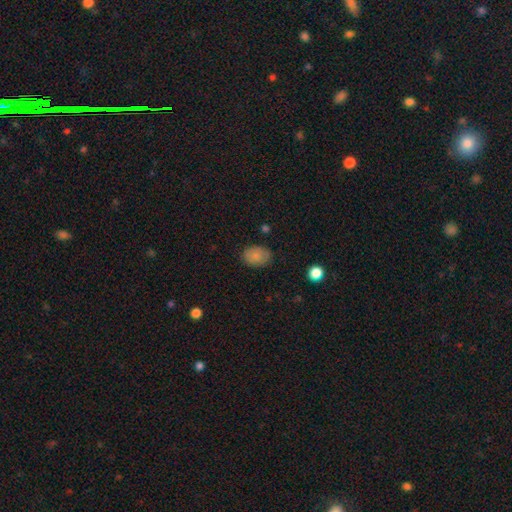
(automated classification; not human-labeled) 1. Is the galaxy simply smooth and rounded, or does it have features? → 85% smooth, 8% star or artifact, 7% featured or disk.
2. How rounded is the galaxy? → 74% in between, 25% round, 1% cigar-shaped.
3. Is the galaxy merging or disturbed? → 82% none, 14% minor disturbance, 3% major disturbance, 1% merger.